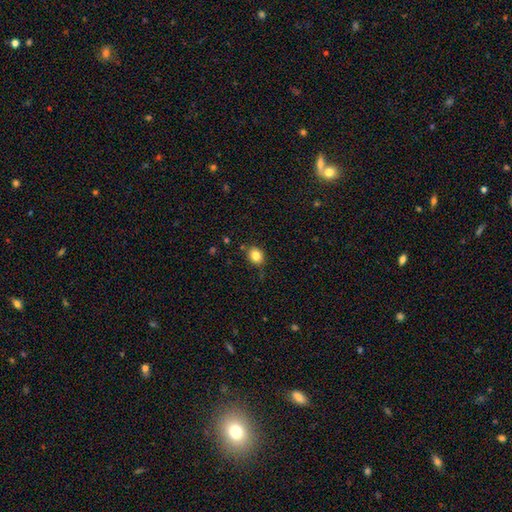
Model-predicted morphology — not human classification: Smooth or featured? smooth (83%)
How rounded? round (56%)
Merging? none (82%)